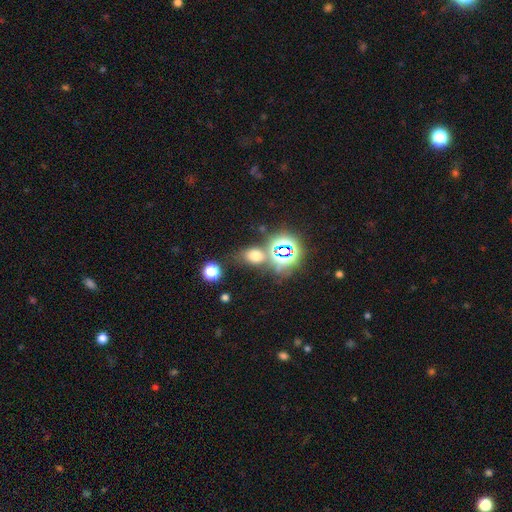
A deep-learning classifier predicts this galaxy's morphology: type=smooth (57%); roundness=in between (65%); merging=none (68%).